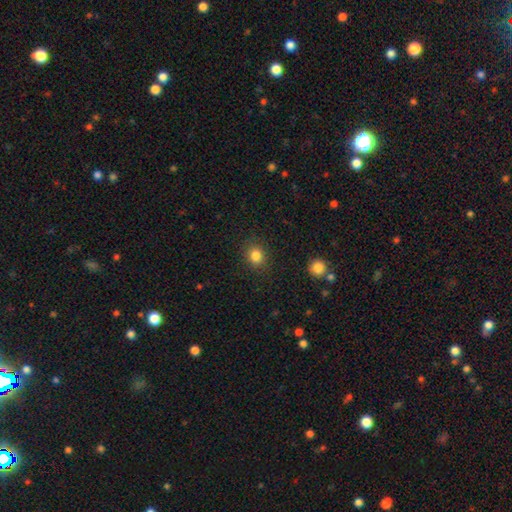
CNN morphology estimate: smooth-or-featured: smooth: 84% | star or artifact: 11% | featured or disk: 5%
  how-rounded: round: 70% | in between: 29% | cigar-shaped: 1%
  merging: none: 87% | minor disturbance: 9% | major disturbance: 3% | merger: 1%